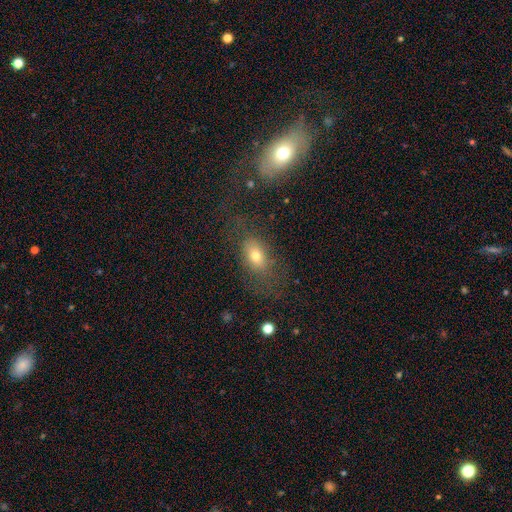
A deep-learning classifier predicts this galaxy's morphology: A smooth galaxy with no disk features (70%) that is in between round and cigar-shaped (80%).

Vote fractions:
- Smooth or featured? smooth: 70% / featured or disk: 17% / star or artifact: 13%
- How rounded? in between: 80% / round: 16% / cigar-shaped: 4%
- Merging? none: 58% / major disturbance: 21% / minor disturbance: 18% / merger: 4%